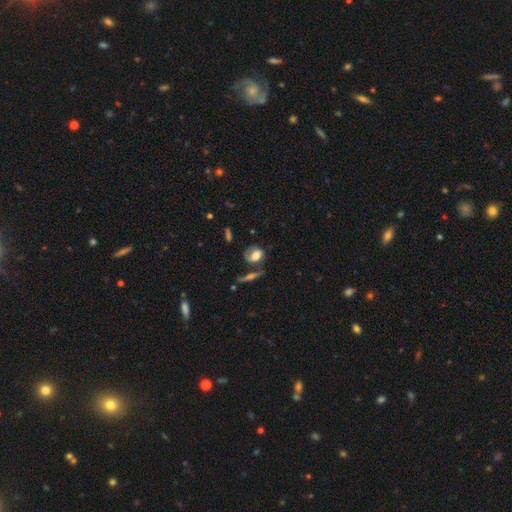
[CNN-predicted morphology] A smooth galaxy with no disk features (52%) that is in between round and cigar-shaped (58%). Merging: none (47%).